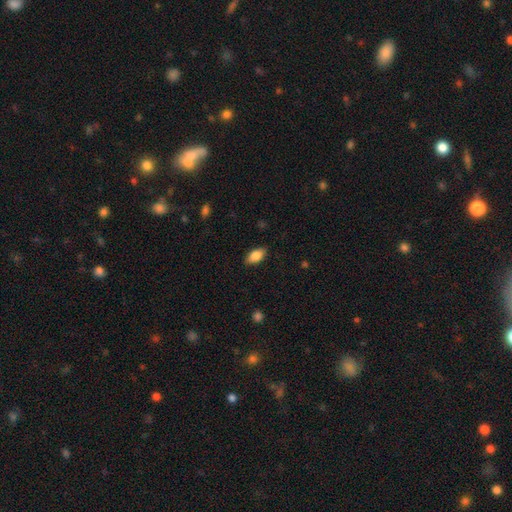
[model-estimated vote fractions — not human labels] Smooth or featured? smooth (83%)
How rounded? in between (90%)
Merging? none (87%)